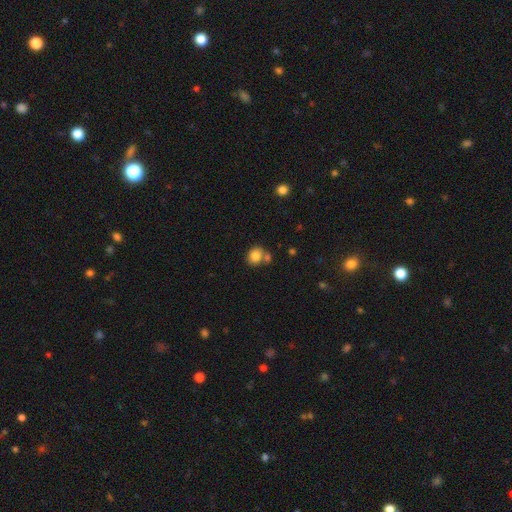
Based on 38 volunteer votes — smooth-or-featured: smooth: 95% | featured or disk: 3% | star or artifact: 3%
  how-rounded: round: 58% | in between: 42% | cigar-shaped: 0%
  merging: none: 51% | merger: 41% | minor disturbance: 8% | major disturbance: 0%